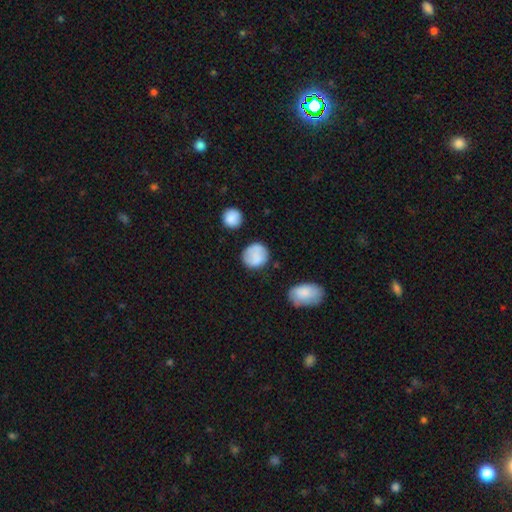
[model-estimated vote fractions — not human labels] Q: Smooth or featured?
A: smooth (80%); runner-up: featured or disk (13%)
Q: How rounded?
A: round (84%); runner-up: in between (15%)
Q: Merging?
A: none (73%); runner-up: minor disturbance (18%)